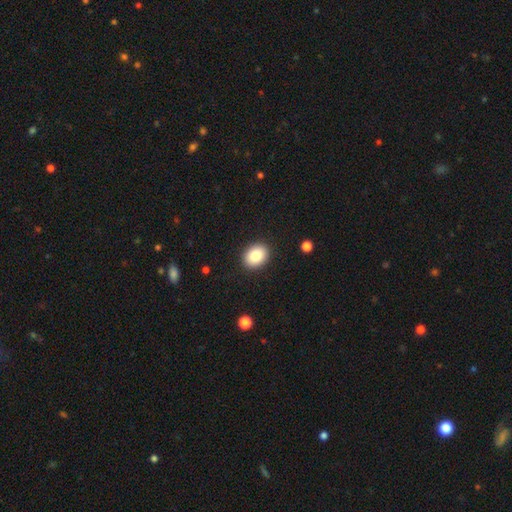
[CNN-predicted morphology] This is clearly a smooth galaxy (85%). How rounded: likely in between (61%). Merging: clearly none (90%).